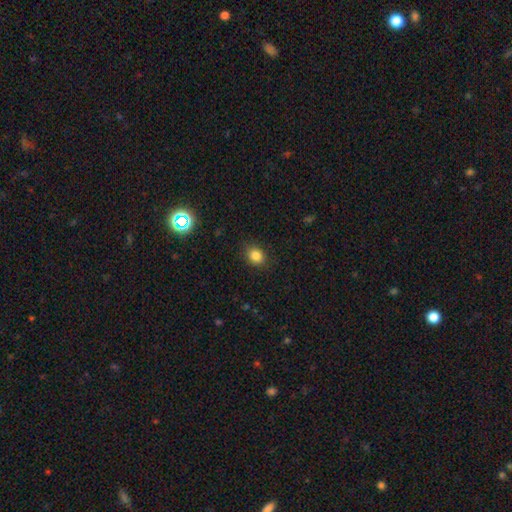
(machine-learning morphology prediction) Smooth or featured? smooth (83%)
How rounded? round (63%)
Merging? none (87%)